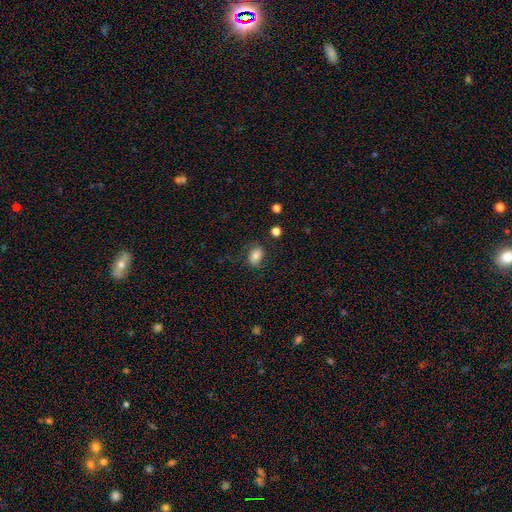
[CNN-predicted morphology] The model was most divided on "merging": none: 71%, minor disturbance: 19%, major disturbance: 7%, merger: 2%. More confident: smooth or featured — smooth (78%); how rounded — in between (76%).